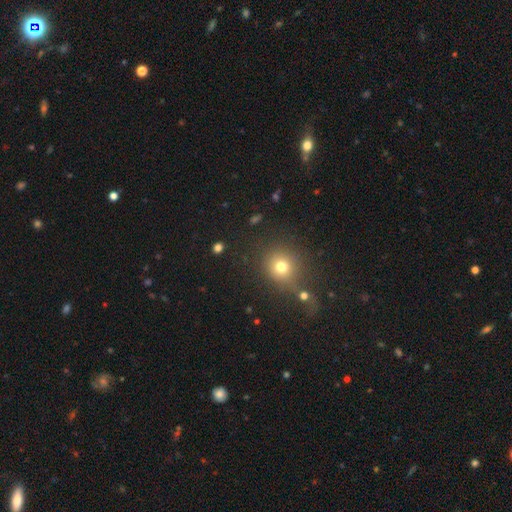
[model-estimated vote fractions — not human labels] smooth_or_featured: smooth (p=0.61) [alt: star or artifact p=0.32]
how_rounded: round (p=0.87) [alt: in between p=0.12]
merging: none (p=0.83) [alt: minor disturbance p=0.08]